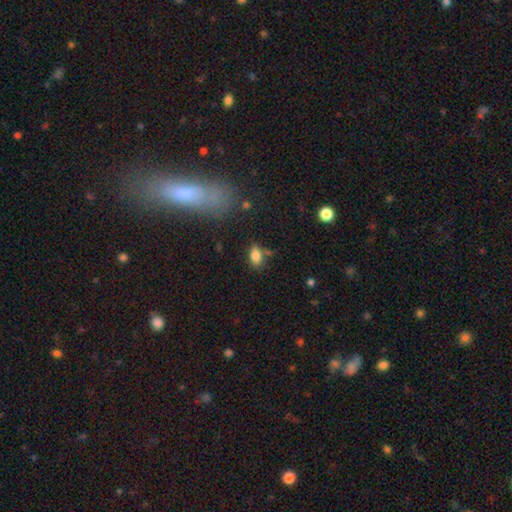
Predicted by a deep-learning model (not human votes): A smooth galaxy with no disk features (83%) that is in between round and cigar-shaped (88%).

Vote fractions:
- Smooth or featured? smooth: 83% / star or artifact: 10% / featured or disk: 8%
- How rounded? in between: 88% / round: 8% / cigar-shaped: 4%
- Merging? none: 69% / minor disturbance: 17% / merger: 9% / major disturbance: 5%